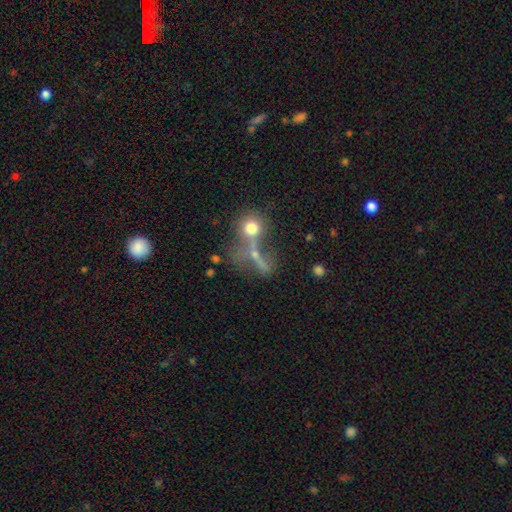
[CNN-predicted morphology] Overall: smooth (49%; featured or disk 26%). Merging: merger (39%; none 35%).